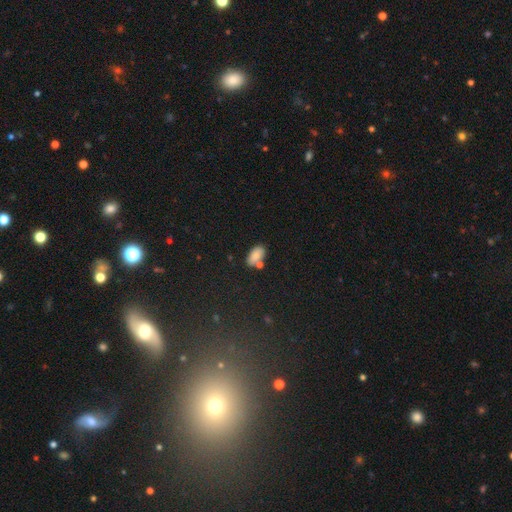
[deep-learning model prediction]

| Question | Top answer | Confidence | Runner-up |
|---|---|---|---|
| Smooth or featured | smooth | 80% | featured or disk (10%) |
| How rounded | in between | 93% | round (4%) |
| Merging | none | 63% | minor disturbance (16%) |